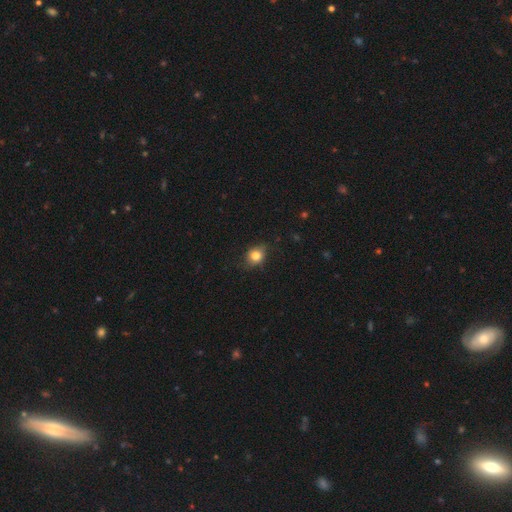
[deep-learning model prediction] The model was most divided on "how rounded": round: 58%, in between: 41%, cigar-shaped: 2%. More confident: smooth or featured — smooth (79%); merging — none (76%).